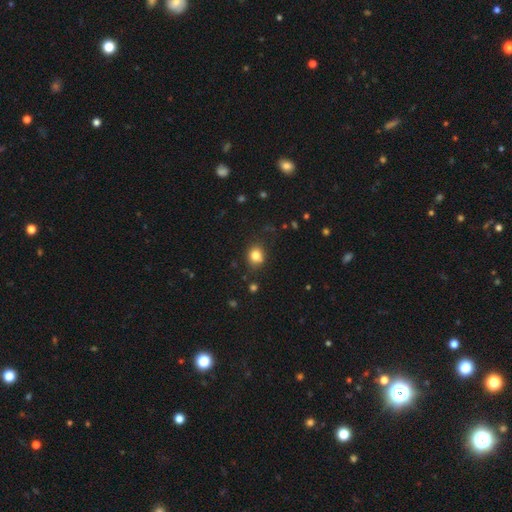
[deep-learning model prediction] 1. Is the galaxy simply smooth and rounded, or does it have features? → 82% smooth, 11% star or artifact, 7% featured or disk.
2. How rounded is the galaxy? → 67% round, 32% in between, 1% cigar-shaped.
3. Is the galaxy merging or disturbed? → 81% none, 14% minor disturbance, 4% major disturbance, 2% merger.